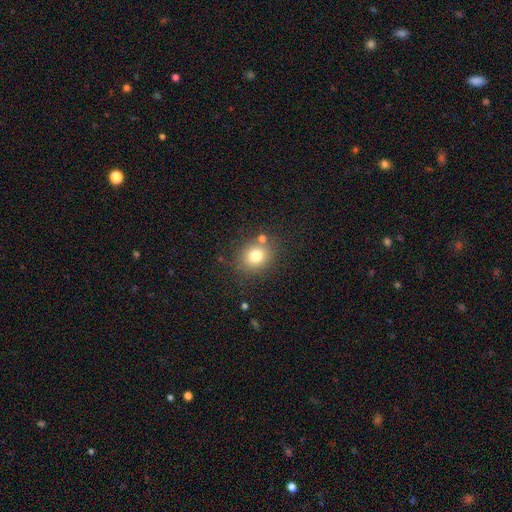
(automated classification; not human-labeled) Smooth or featured? smooth (77%)
How rounded? round (69%)
Merging? none (76%)